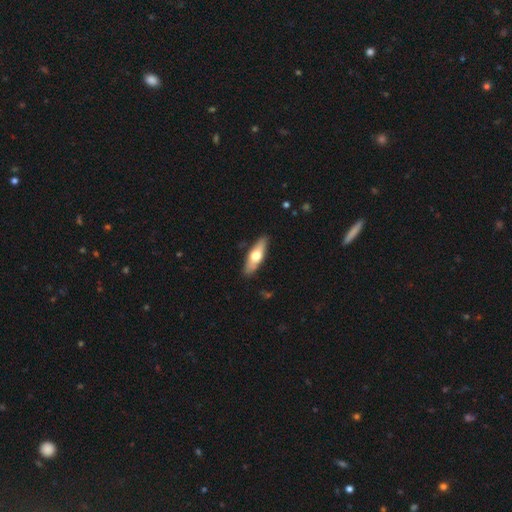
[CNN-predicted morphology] This appears to be a smooth galaxy with no disk features (52%) that is in between round and cigar-shaped (52%). Merging: none (87%).